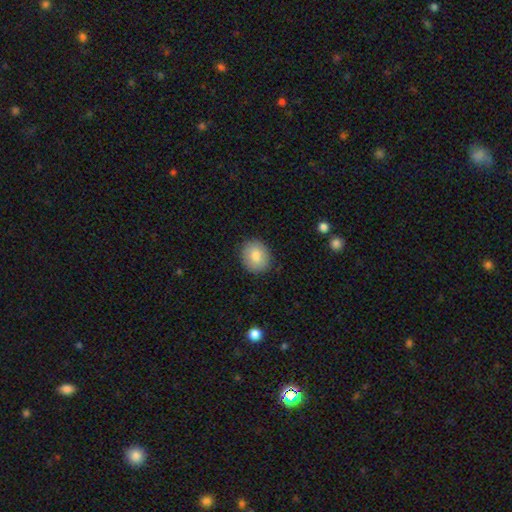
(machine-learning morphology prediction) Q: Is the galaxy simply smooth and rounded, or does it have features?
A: smooth — 82%.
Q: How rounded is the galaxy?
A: round — 68%.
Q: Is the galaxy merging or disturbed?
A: none — 87%.